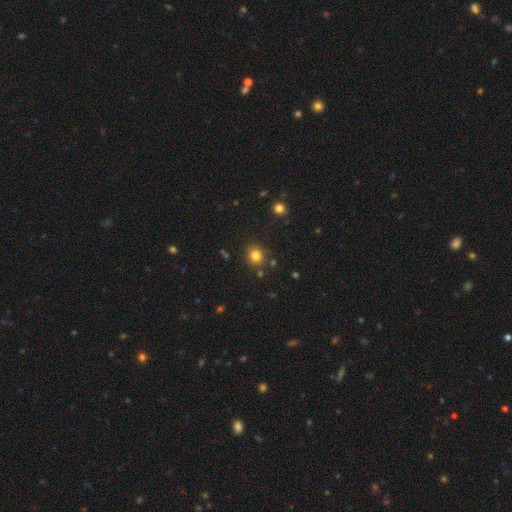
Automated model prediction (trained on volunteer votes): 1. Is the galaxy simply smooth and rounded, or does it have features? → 80% smooth, 14% star or artifact, 6% featured or disk.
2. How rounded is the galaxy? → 83% round, 16% in between, 1% cigar-shaped.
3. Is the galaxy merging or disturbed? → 85% none, 8% minor disturbance, 4% merger, 3% major disturbance.